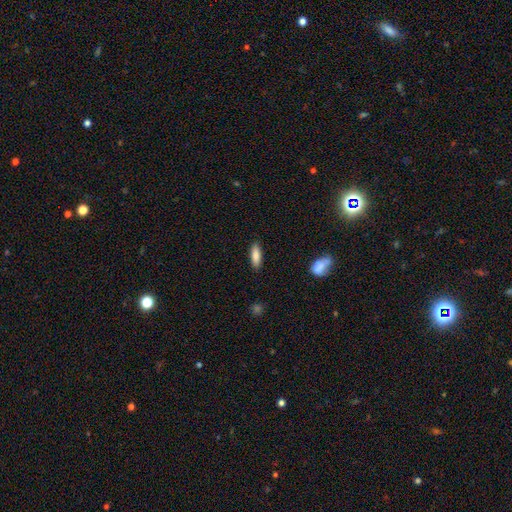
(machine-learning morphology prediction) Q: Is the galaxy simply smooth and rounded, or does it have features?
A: smooth — 85%.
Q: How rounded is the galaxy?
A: in between — 52%.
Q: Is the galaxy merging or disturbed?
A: none — 89%.